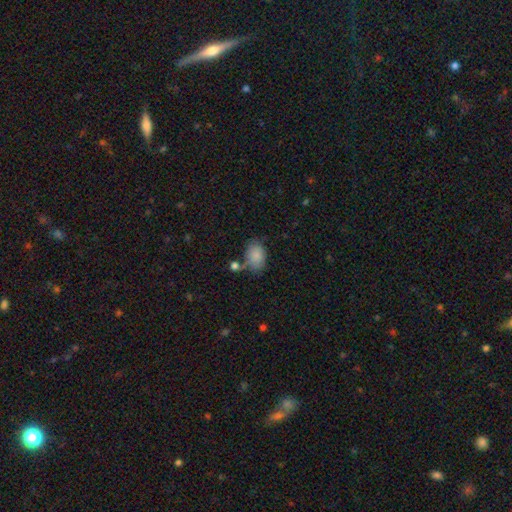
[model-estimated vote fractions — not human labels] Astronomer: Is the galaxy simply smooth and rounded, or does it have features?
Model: smooth — 84%.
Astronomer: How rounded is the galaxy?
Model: in between — 78%.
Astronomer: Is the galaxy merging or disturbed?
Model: none — 56%.